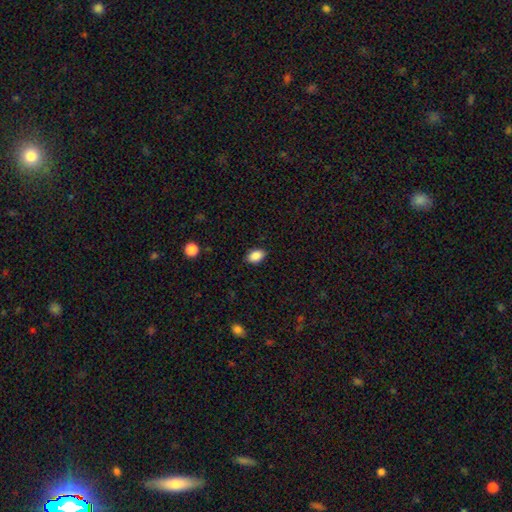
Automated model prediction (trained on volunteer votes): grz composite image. It shows a smooth galaxy with no disk features (89%) that is in between round and cigar-shaped (85%). Merging: none (87%).